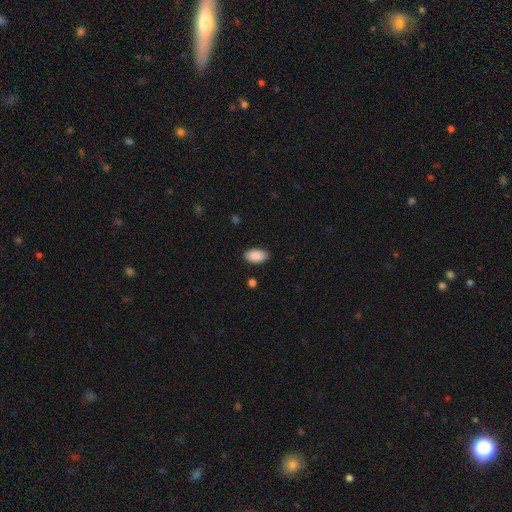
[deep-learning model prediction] smooth 90%, star or artifact 7%, featured or disk 3%. Down the decision tree: how rounded — in between (94%); merging — none (86%).